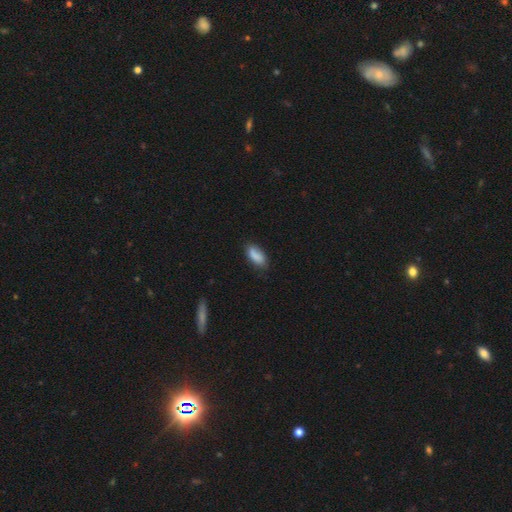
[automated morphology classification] A smooth galaxy with no disk features (85%) that is in between round and cigar-shaped (86%). Merging: none (72%).